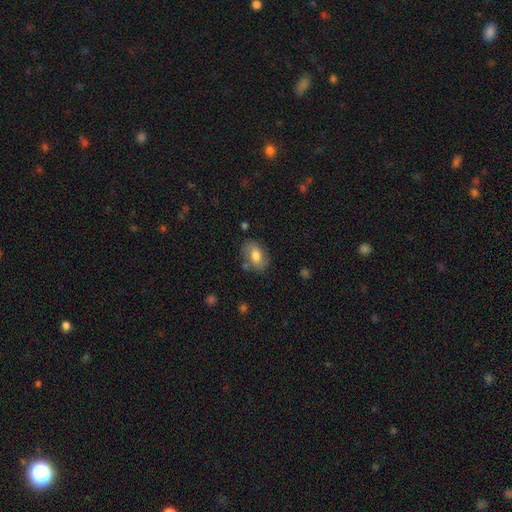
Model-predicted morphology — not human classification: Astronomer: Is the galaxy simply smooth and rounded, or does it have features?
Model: smooth — 71%.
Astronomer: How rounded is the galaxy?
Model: in between — 84%.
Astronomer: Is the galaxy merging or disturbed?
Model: none — 73%.